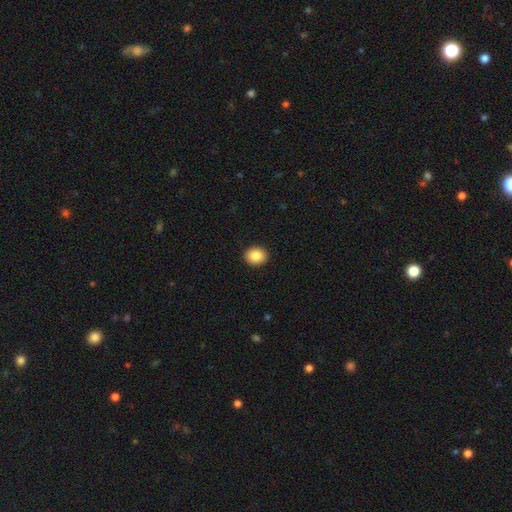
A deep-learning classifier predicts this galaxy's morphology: Smooth or featured?
  - smooth: 87% *
  - star or artifact: 8%
  - featured or disk: 5%
How rounded?
  - round: 68% *
  - in between: 31%
  - cigar-shaped: 1%
Merging?
  - none: 92% *
  - minor disturbance: 5%
  - major disturbance: 2%
  - merger: 1%